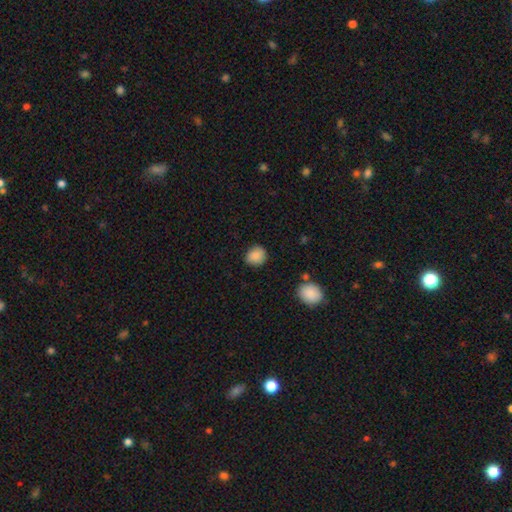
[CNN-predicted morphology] This is clearly a smooth galaxy (87%). How rounded: clearly round (84%). Merging: clearly none (85%).